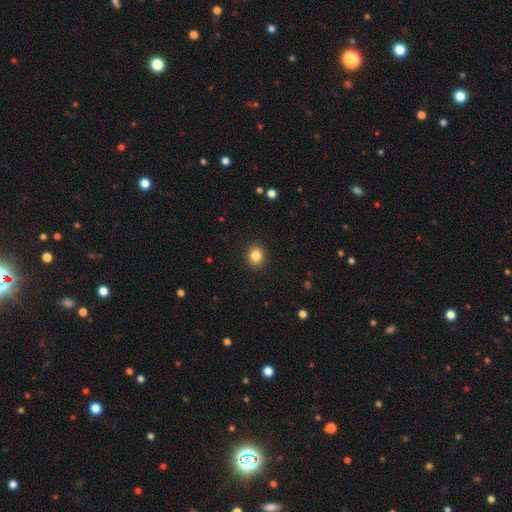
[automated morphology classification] Smooth or featured?
  - smooth: 85% *
  - star or artifact: 10%
  - featured or disk: 5%
How rounded?
  - round: 77% *
  - in between: 22%
  - cigar-shaped: 1%
Merging?
  - none: 92% *
  - minor disturbance: 6%
  - major disturbance: 2%
  - merger: 1%